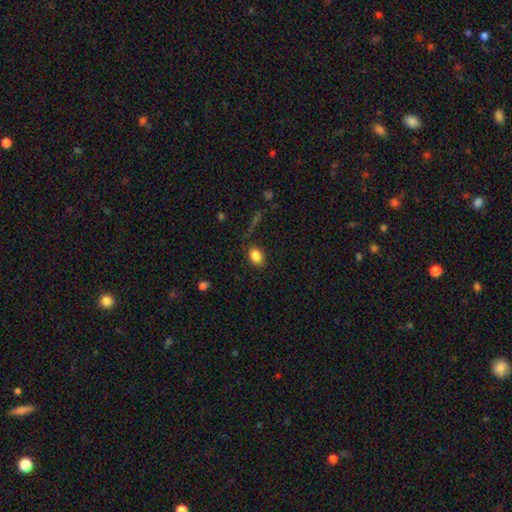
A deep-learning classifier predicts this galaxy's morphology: Q: Smooth or featured?
A: smooth (84%); runner-up: star or artifact (10%)
Q: How rounded?
A: in between (68%); runner-up: round (31%)
Q: Merging?
A: none (80%); runner-up: minor disturbance (14%)